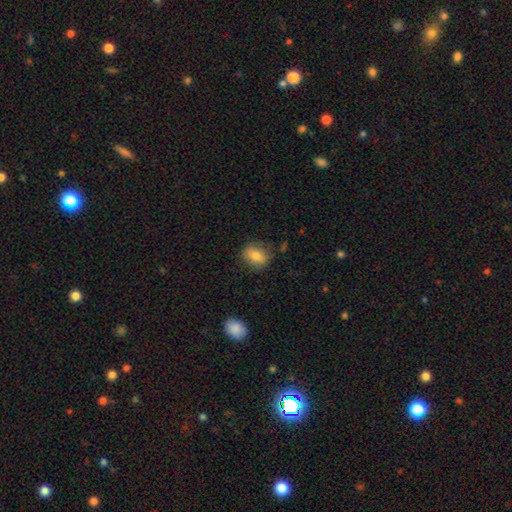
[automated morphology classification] This appears to be a smooth galaxy with no disk features (78%) that is round (52%). Merging: none (79%).